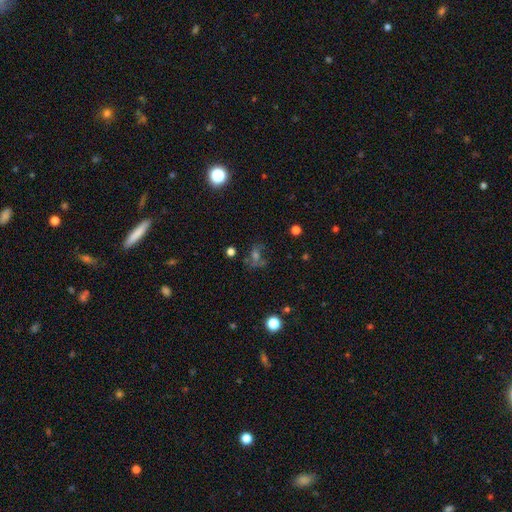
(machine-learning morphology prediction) smooth_or_featured: star or artifact (p=0.38) [alt: smooth p=0.31]